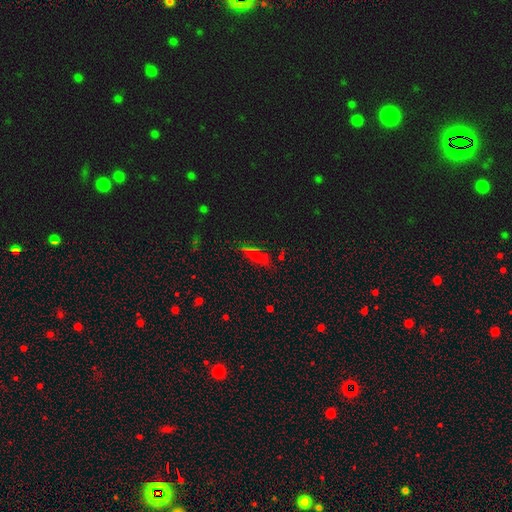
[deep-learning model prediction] This appears to be a smooth galaxy with no disk features (47%). Merging: none (77%).